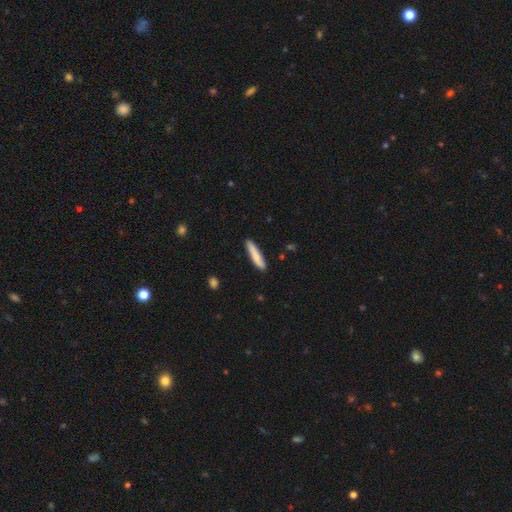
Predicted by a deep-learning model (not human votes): This appears to be a smooth galaxy with no disk features (81%) that is cigar-shaped (89%). Merging: none (88%).